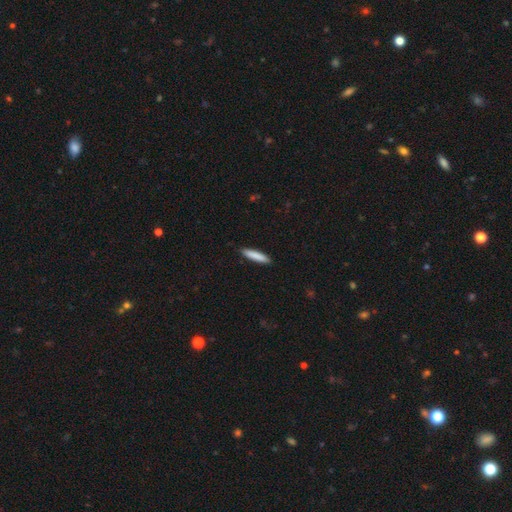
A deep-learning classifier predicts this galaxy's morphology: Overall: smooth (86%). How rounded: cigar-shaped (88%). Merging: none (91%).